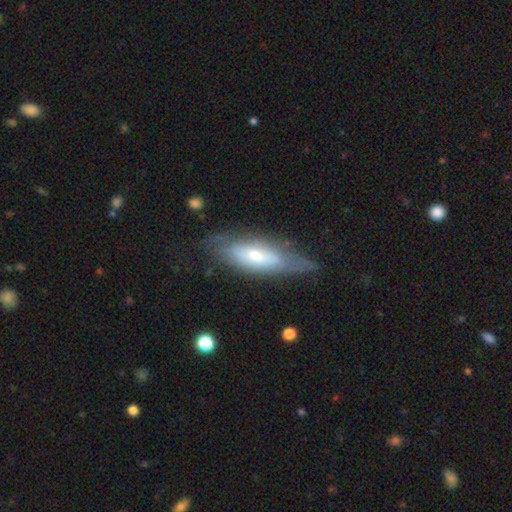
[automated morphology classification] Smooth or featured? Predicted: featured or disk (p=0.53). Edge-on disk? Predicted: no (p=0.55). Merging? Predicted: none (p=0.61).